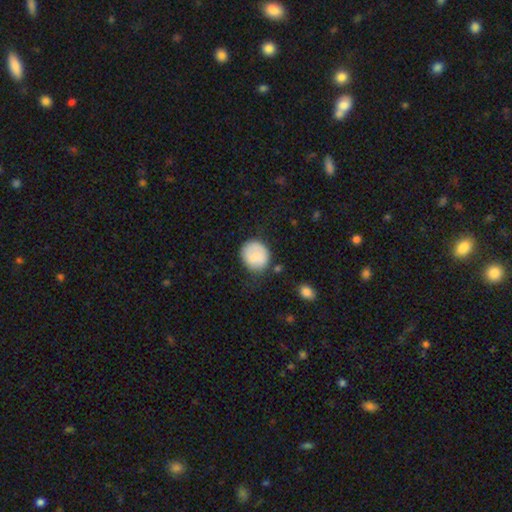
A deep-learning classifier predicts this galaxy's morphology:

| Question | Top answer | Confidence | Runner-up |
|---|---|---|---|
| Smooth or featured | smooth | 80% | featured or disk (13%) |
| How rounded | round | 78% | in between (22%) |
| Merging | none | 63% | minor disturbance (25%) |